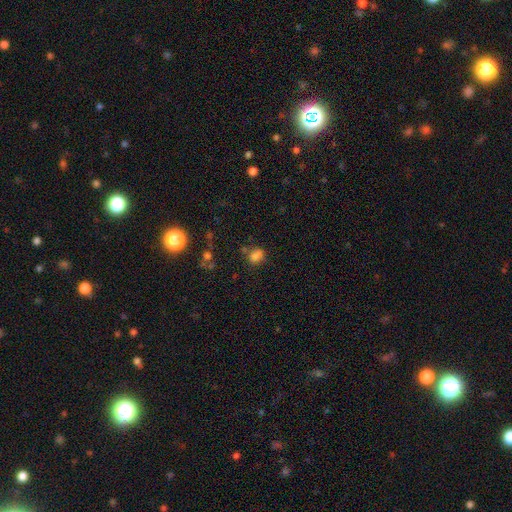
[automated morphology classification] Smooth or featured? Predicted: smooth (p=0.74). How rounded? Predicted: in between (p=0.53). Merging? Predicted: none (p=0.56).